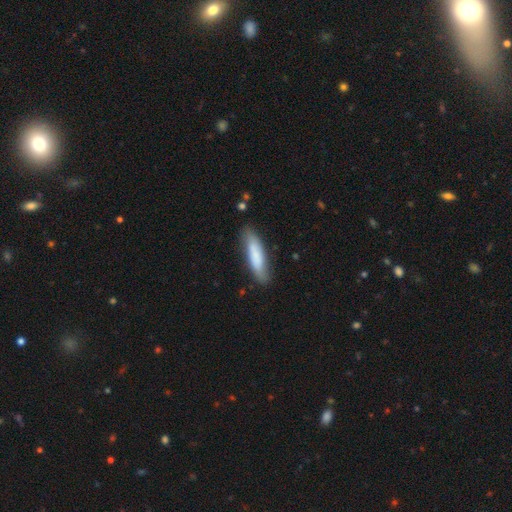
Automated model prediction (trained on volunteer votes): A smooth galaxy with no disk features (77%) that is cigar-shaped (72%).

Vote fractions:
- Smooth or featured? smooth: 77% / featured or disk: 17% / star or artifact: 6%
- How rounded? cigar-shaped: 72% / in between: 27% / round: 1%
- Merging? none: 79% / minor disturbance: 16% / major disturbance: 3% / merger: 2%